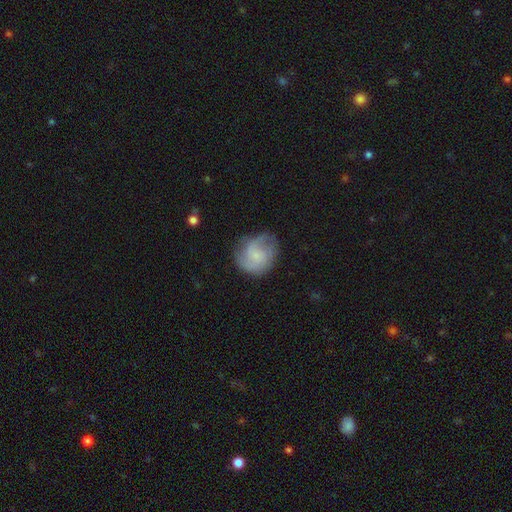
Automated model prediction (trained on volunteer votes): Q: Smooth or featured?
A: featured or disk (50%); runner-up: smooth (43%)
Q: Merging?
A: none (58%); runner-up: minor disturbance (26%)